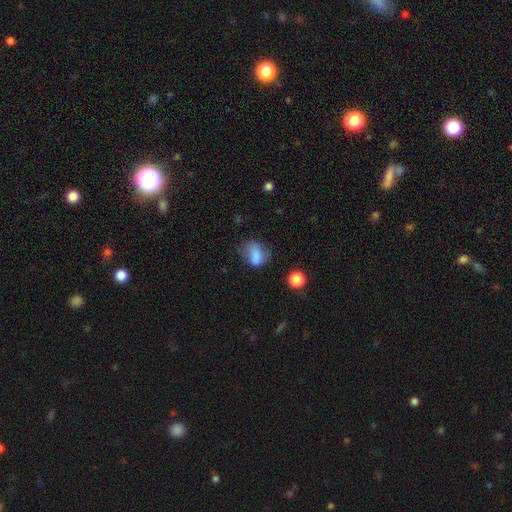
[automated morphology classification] type=smooth (75%); roundness=in between (62%); merging=none (40%).